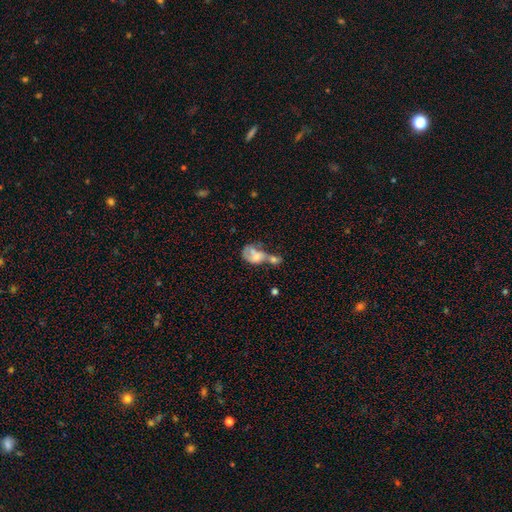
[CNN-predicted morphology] Overall: smooth (51%; featured or disk 39%). How rounded: in between (76%). Merging: merger (62%).